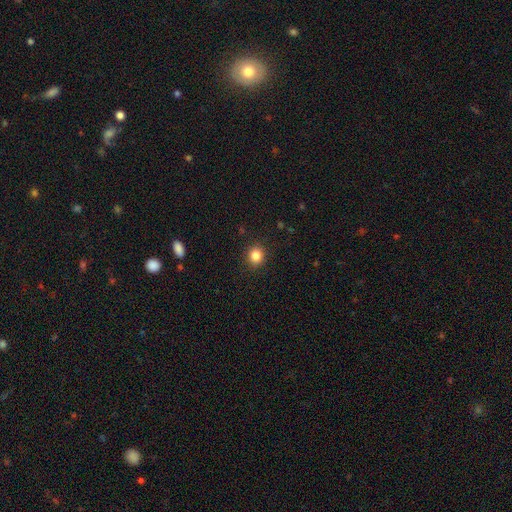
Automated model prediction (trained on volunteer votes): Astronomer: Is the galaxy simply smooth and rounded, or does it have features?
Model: smooth — 85%.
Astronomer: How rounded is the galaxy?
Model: round — 85%.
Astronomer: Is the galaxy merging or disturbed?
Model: none — 90%.